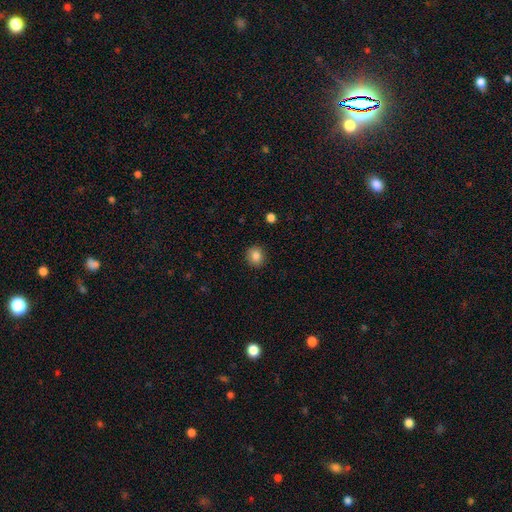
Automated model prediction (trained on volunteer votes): The model was most divided on "how rounded": round: 79%, in between: 20%, cigar-shaped: 1%. More confident: merging — none (90%); smooth or featured — smooth (85%).